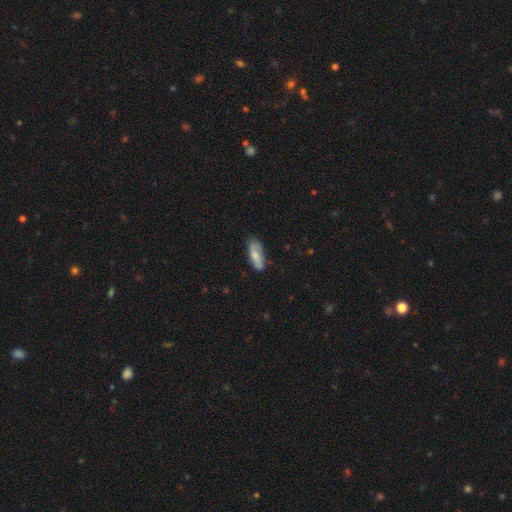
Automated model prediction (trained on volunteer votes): This appears to be a smooth galaxy with no disk features (74%) that is in between round and cigar-shaped (74%). Merging: none (75%).